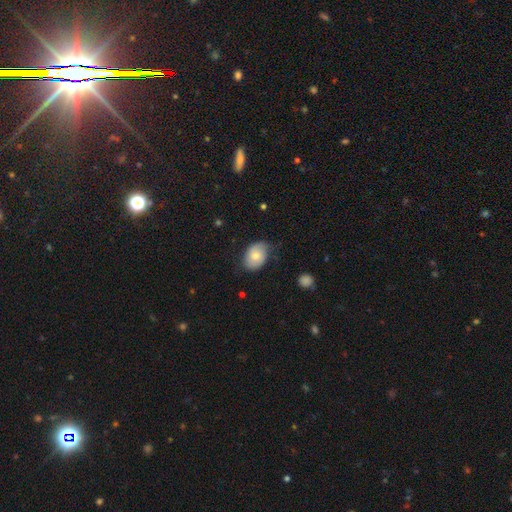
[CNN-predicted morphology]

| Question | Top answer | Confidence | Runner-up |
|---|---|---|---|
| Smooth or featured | smooth | 68% | featured or disk (25%) |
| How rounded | in between | 78% | round (21%) |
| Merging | none | 66% | minor disturbance (26%) |